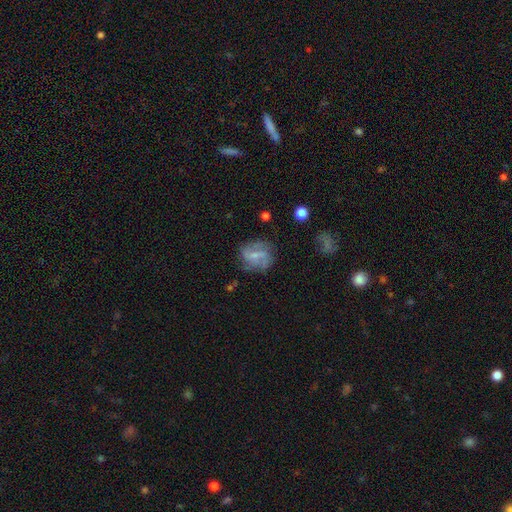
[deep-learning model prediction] smooth_or_featured: featured or disk (p=0.64) [alt: smooth p=0.28]
disk_edge_on: no (p=0.97) [alt: yes p=0.03]
bar: weak (p=0.49) [alt: no p=0.34]
has_spiral_arms: yes (p=0.82) [alt: no p=0.18]
spiral_winding: medium (p=0.44) [alt: loose p=0.33]
spiral_arm_count: 2 (p=0.54) [alt: can't tell p=0.23]
bulge_size: small (p=0.57) [alt: moderate p=0.24]
merging: none (p=0.64) [alt: minor disturbance p=0.22]